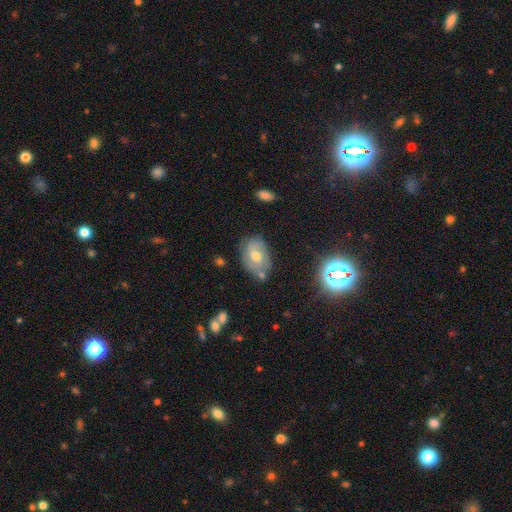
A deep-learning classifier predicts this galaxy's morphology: Smooth or featured? featured or disk (47%)
Merging? none (66%)